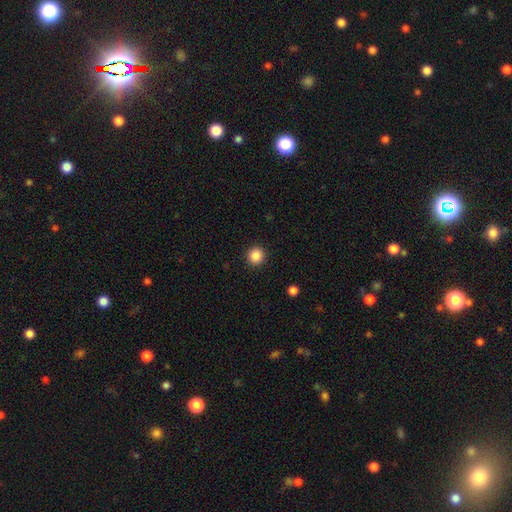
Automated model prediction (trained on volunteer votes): This appears to be a smooth galaxy with no disk features (87%) that is round (94%). Merging: none (92%).